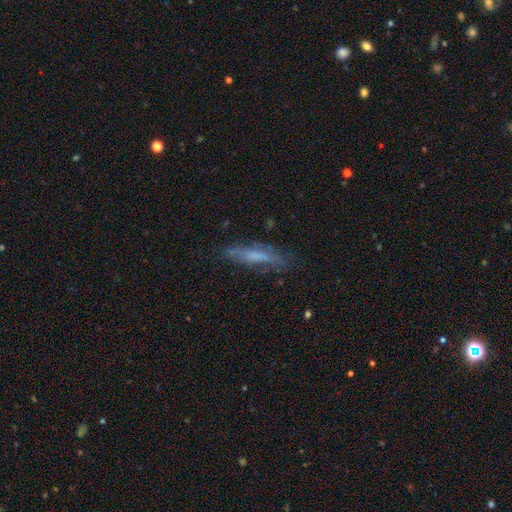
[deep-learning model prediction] Q: Smooth or featured?
A: smooth (48%); runner-up: featured or disk (43%)
Q: Merging?
A: none (68%); runner-up: minor disturbance (21%)